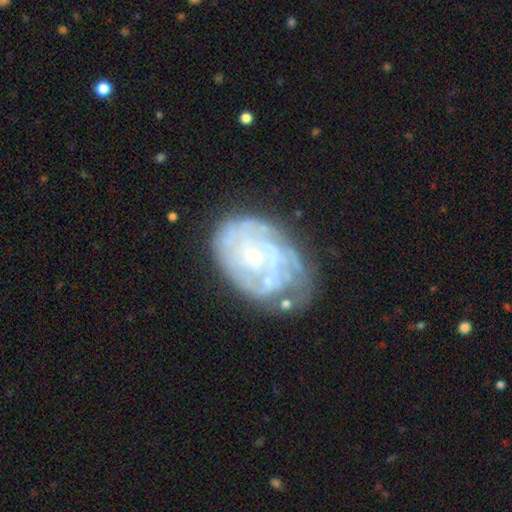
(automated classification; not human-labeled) Q: Smooth or featured?
A: featured or disk (77%); runner-up: smooth (16%)
Q: Edge-on disk?
A: no (97%); runner-up: yes (3%)
Q: Bar?
A: no (73%); runner-up: weak (23%)
Q: Spiral arms?
A: yes (78%); runner-up: no (22%)
Q: Spiral winding?
A: tight (67%); runner-up: medium (25%)
Q: Spiral arm count?
A: can't tell (54%); runner-up: 2 (15%)
Q: Bulge size?
A: small (70%); runner-up: moderate (22%)
Q: Merging?
A: none (52%); runner-up: minor disturbance (29%)